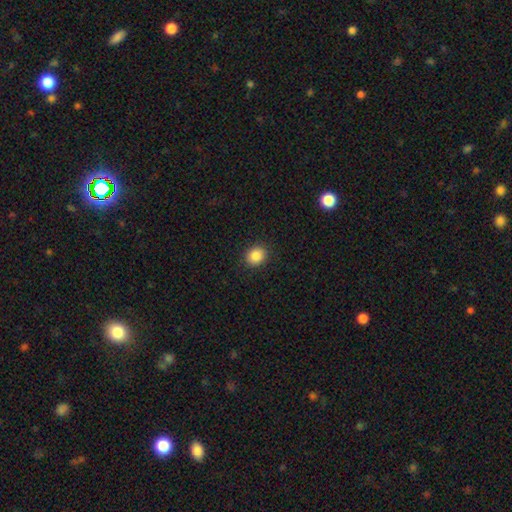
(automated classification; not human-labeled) Q: Smooth or featured?
A: smooth (87%); runner-up: star or artifact (9%)
Q: How rounded?
A: round (70%); runner-up: in between (29%)
Q: Merging?
A: none (91%); runner-up: minor disturbance (6%)